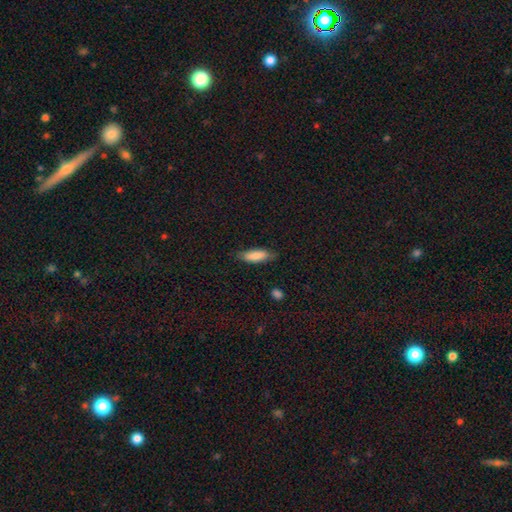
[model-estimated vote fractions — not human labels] Smooth or featured?
  - smooth: 84% *
  - featured or disk: 10%
  - star or artifact: 6%
How rounded?
  - in between: 59% *
  - cigar-shaped: 39%
  - round: 2%
Merging?
  - none: 78% *
  - minor disturbance: 18%
  - major disturbance: 3%
  - merger: 1%